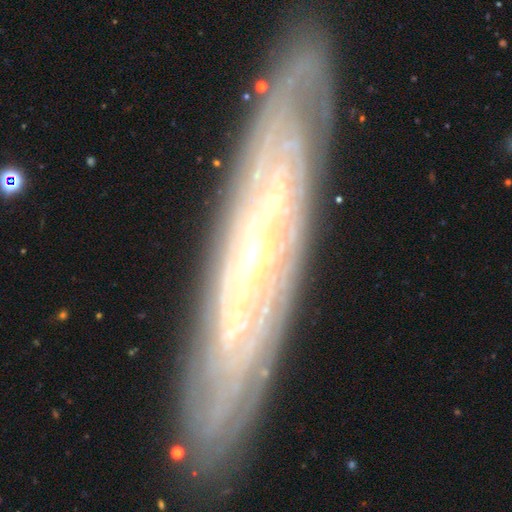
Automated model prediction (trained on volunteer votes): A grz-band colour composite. It shows a featured or disk galaxy (82%). Merging: none (86%).